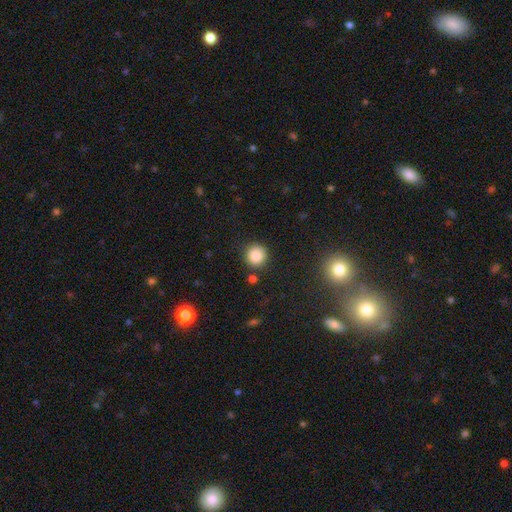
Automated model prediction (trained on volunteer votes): Smooth or featured? Predicted: smooth (p=0.84). How rounded? Predicted: round (p=0.93). Merging? Predicted: none (p=0.87).